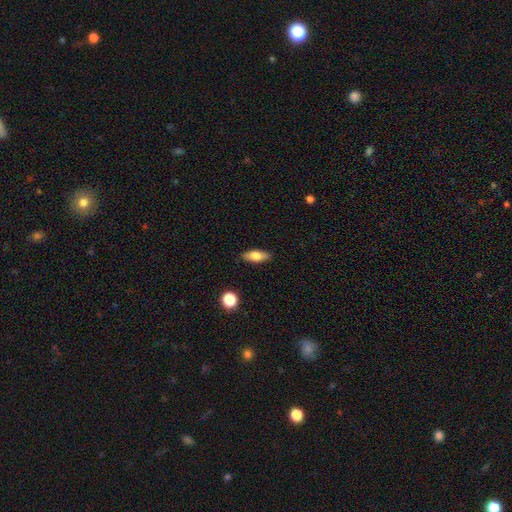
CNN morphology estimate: A smooth galaxy with no disk features (75%) that is in between round and cigar-shaped (75%).

Vote fractions:
- Smooth or featured? smooth: 75% / featured or disk: 18% / star or artifact: 7%
- How rounded? in between: 75% / cigar-shaped: 21% / round: 4%
- Merging? none: 87% / minor disturbance: 10% / major disturbance: 2% / merger: 1%